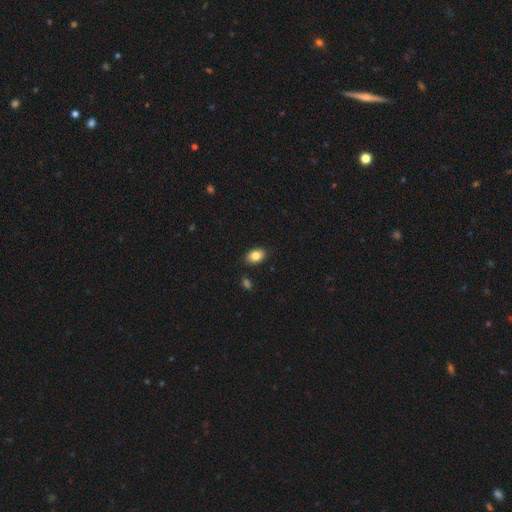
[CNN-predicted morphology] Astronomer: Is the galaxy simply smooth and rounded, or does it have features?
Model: smooth — 83%.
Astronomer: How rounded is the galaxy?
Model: in between — 85%.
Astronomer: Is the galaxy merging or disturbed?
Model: none — 86%.